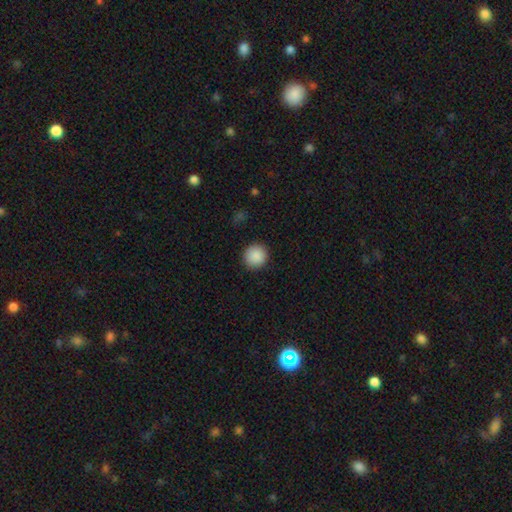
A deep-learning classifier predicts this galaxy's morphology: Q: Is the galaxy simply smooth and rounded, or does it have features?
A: smooth — 90%.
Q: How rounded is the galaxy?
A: round — 94%.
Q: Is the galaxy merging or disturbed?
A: none — 92%.